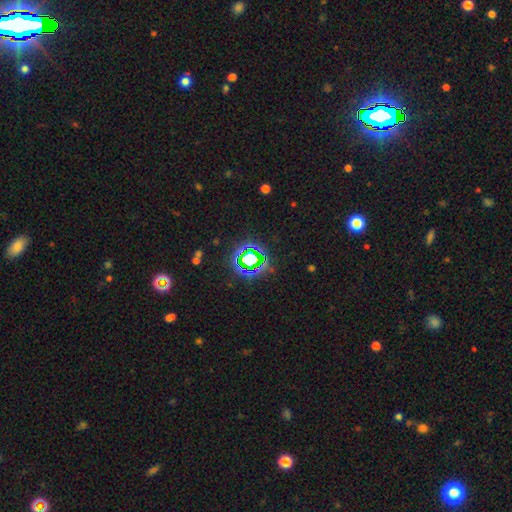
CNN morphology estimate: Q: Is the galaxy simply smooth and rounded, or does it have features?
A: star or artifact — 75%.